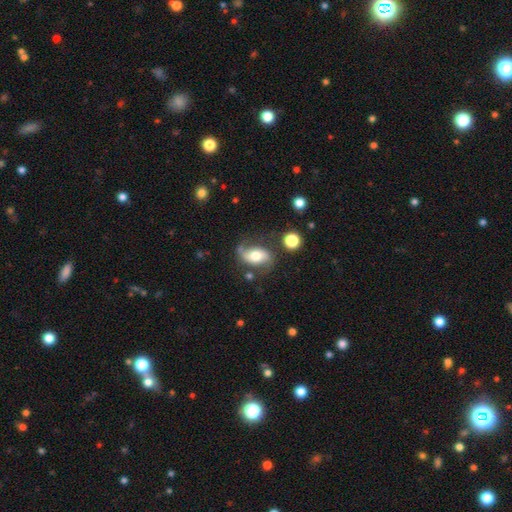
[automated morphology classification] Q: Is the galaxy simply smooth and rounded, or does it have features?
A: featured or disk — 49%.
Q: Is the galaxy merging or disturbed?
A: none — 62%.